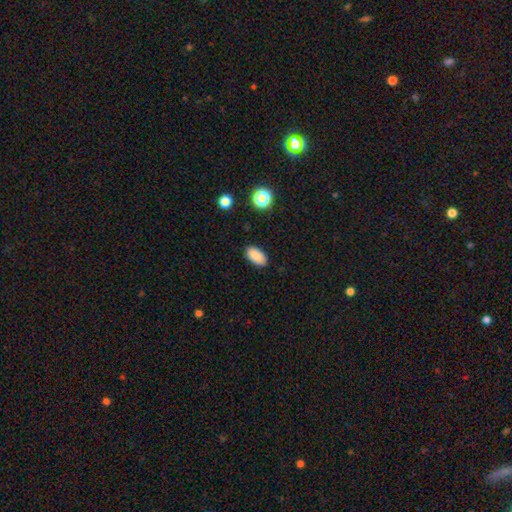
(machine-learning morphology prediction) smooth 88%, star or artifact 9%, featured or disk 3%. Down the decision tree: how rounded — in between (94%); merging — none (88%).